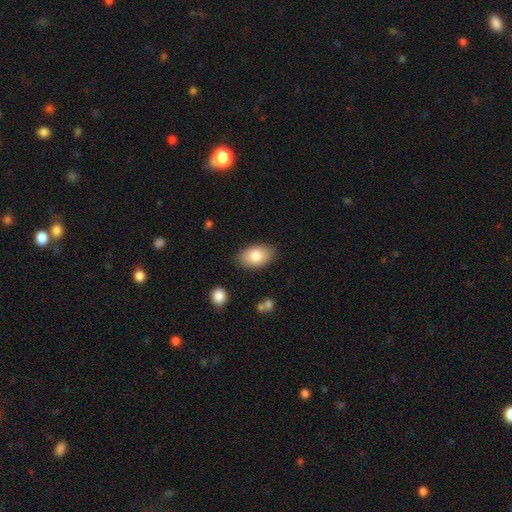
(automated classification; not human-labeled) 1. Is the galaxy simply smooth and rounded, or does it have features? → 83% smooth, 11% featured or disk, 6% star or artifact.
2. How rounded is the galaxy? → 92% in between, 7% round, 1% cigar-shaped.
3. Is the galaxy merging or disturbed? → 84% none, 12% minor disturbance, 3% major disturbance, 2% merger.